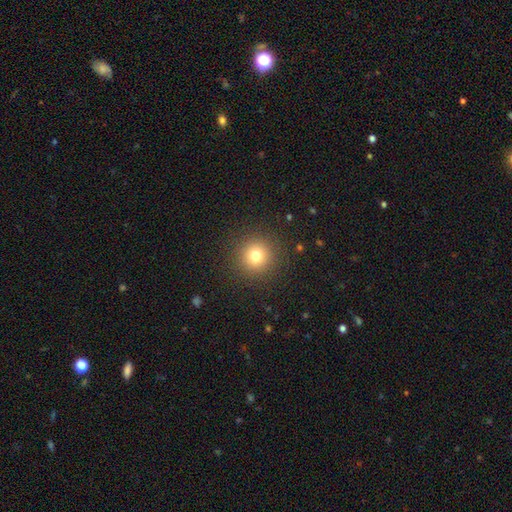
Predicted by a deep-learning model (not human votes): Overall: smooth (77%). How rounded: round (95%). Merging: none (91%).